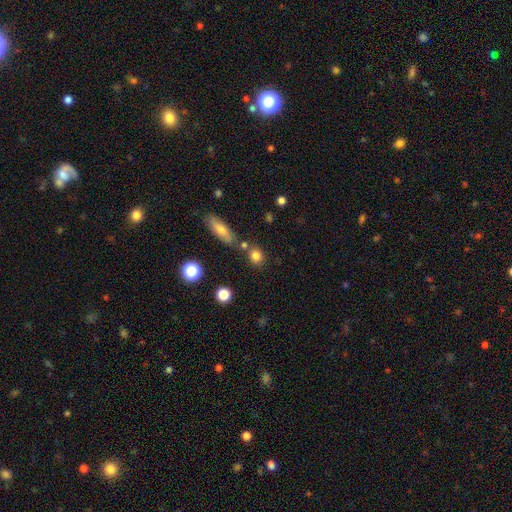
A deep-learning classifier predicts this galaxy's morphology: A smooth galaxy with no disk features (81%) that is round (75%). Merging: none (69%).